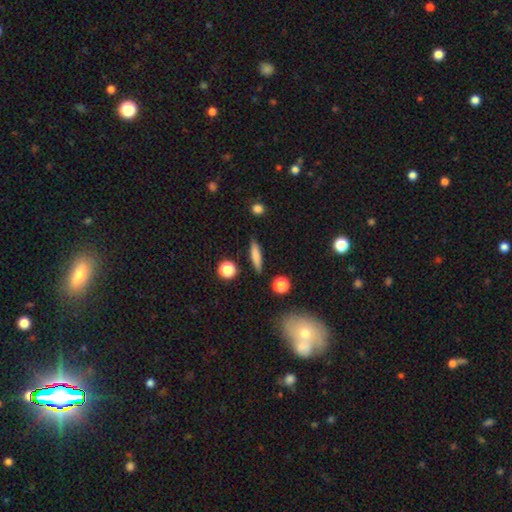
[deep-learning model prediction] Smooth or featured: smooth — 76% (featured or disk — 16%)
How rounded: cigar-shaped — 80% (in between — 16%)
Merging: none — 87% (minor disturbance — 8%)